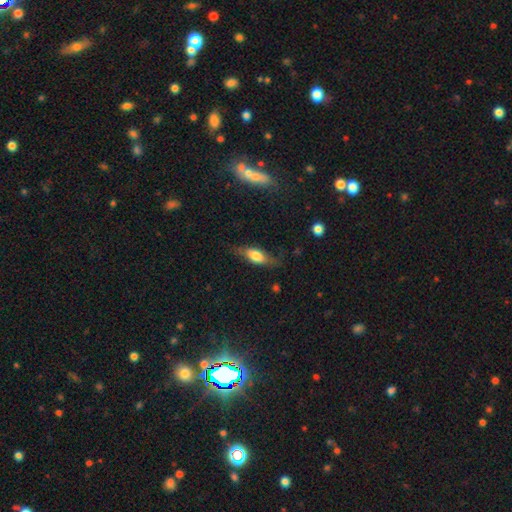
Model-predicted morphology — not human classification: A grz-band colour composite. It shows a smooth galaxy with no disk features (63%) that is in between round and cigar-shaped (73%). Merging: none (64%).